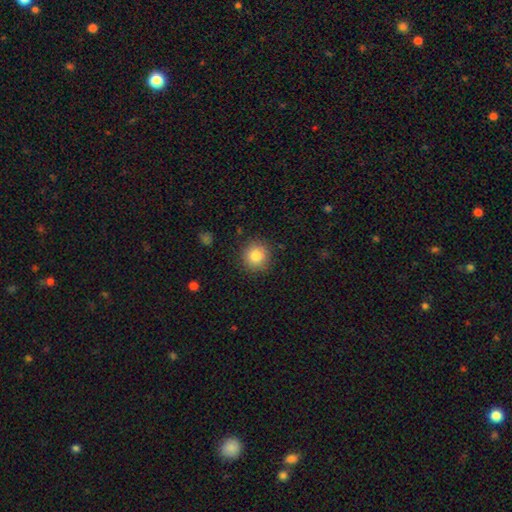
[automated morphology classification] Overall: smooth (84%). How rounded: round (93%). Merging: none (88%).